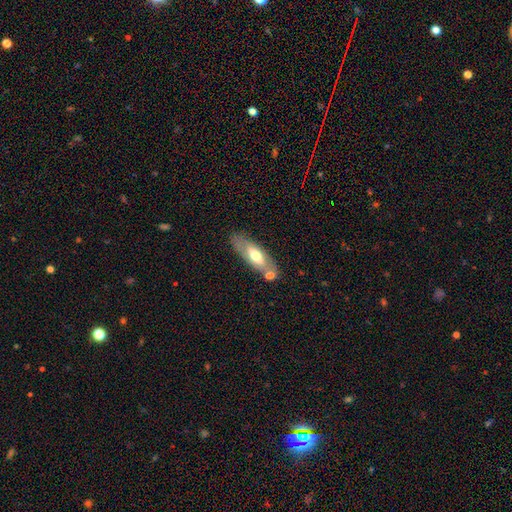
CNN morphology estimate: This is possibly a smooth galaxy (52%). How rounded: likely in between (62%). Merging: likely none (67%).